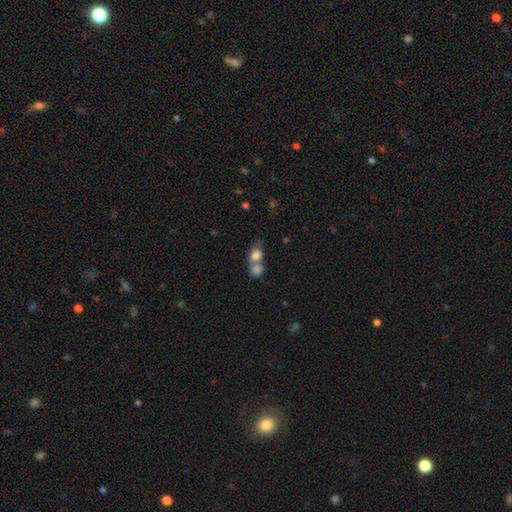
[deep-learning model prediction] Q: Smooth or featured?
A: smooth (79%); runner-up: featured or disk (13%)
Q: How rounded?
A: in between (53%); runner-up: round (44%)
Q: Merging?
A: merger (66%); runner-up: none (23%)